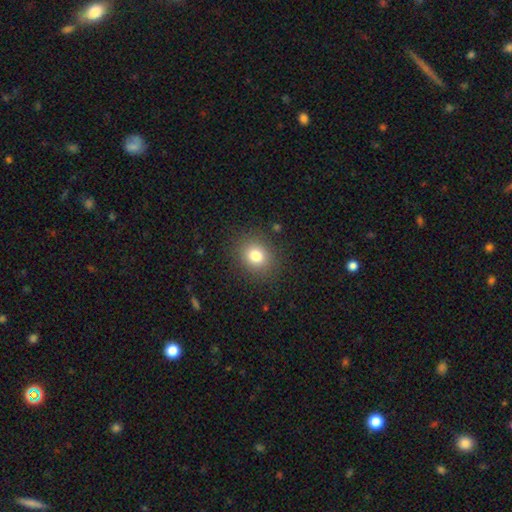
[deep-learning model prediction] Q: Smooth or featured?
A: smooth (80%); runner-up: star or artifact (12%)
Q: How rounded?
A: round (71%); runner-up: in between (28%)
Q: Merging?
A: none (87%); runner-up: minor disturbance (8%)